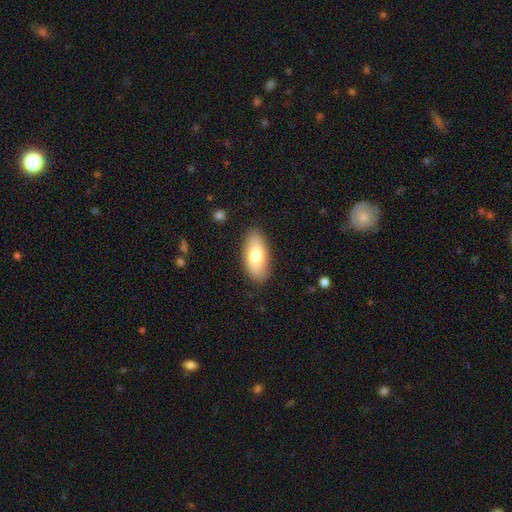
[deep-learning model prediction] A smooth galaxy with no disk features (76%) that is in between round and cigar-shaped (89%). Merging: none (87%).